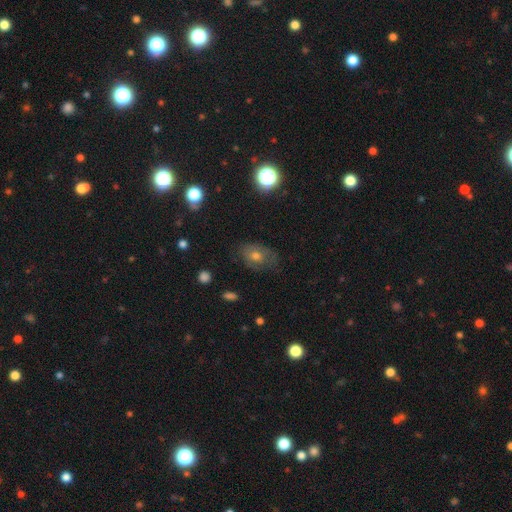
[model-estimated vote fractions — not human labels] This is possibly a smooth galaxy (48%). Merging: likely none (69%).